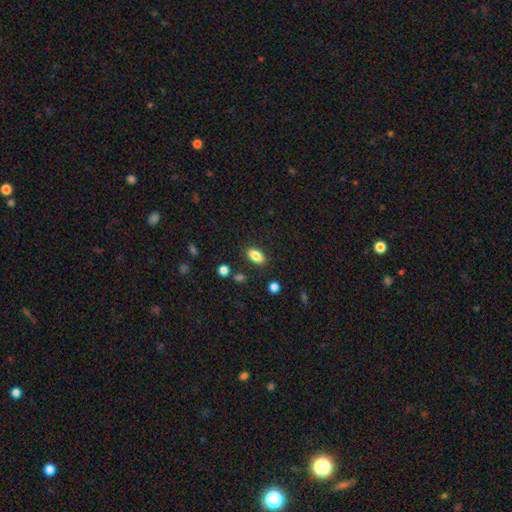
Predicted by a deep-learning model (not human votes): Overall: smooth (84%). How rounded: in between (90%). Merging: none (85%).